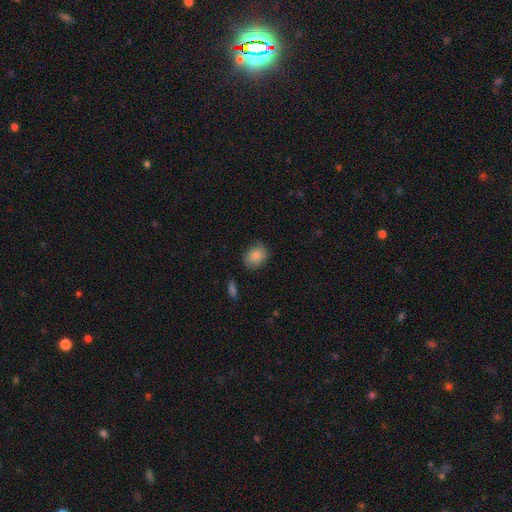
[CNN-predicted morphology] type=smooth (84%); roundness=round (50%); merging=none (72%).